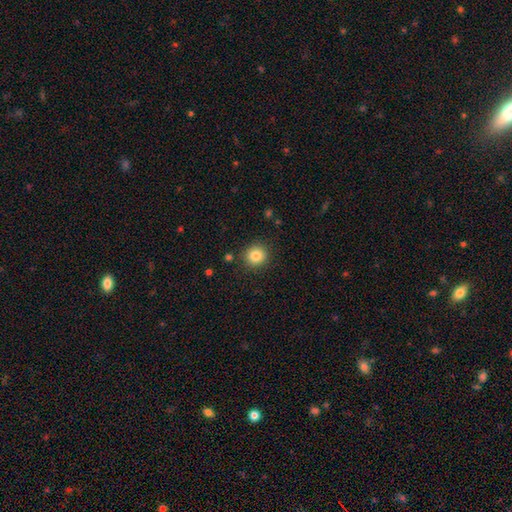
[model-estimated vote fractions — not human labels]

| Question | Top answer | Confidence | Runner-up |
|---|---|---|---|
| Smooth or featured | smooth | 84% | star or artifact (11%) |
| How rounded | round | 91% | in between (8%) |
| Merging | none | 88% | minor disturbance (8%) |